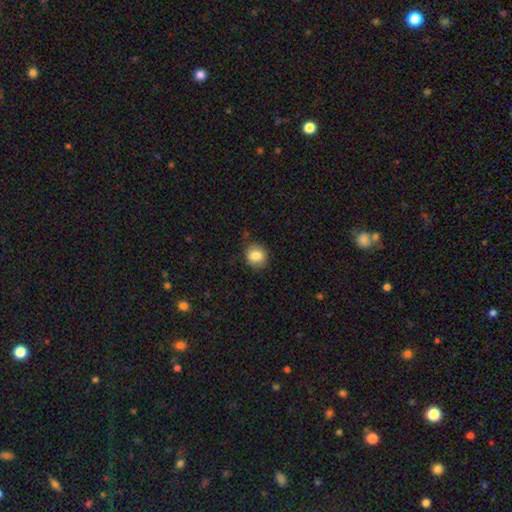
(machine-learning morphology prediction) smooth 82%, star or artifact 9%, featured or disk 9%. Down the decision tree: how rounded — round (69%); merging — none (82%).